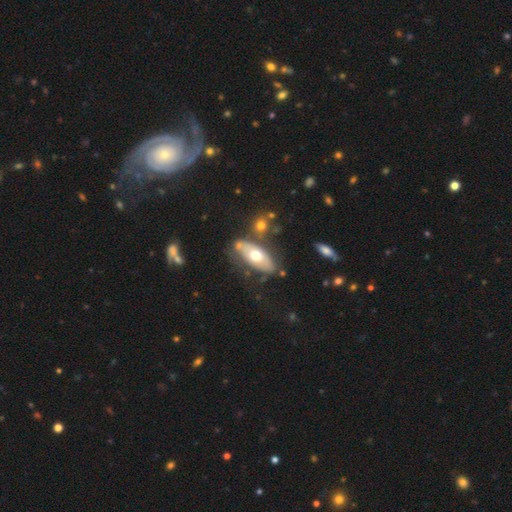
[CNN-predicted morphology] Q: Smooth or featured?
A: smooth (49%); runner-up: featured or disk (46%)
Q: Merging?
A: none (66%); runner-up: minor disturbance (18%)